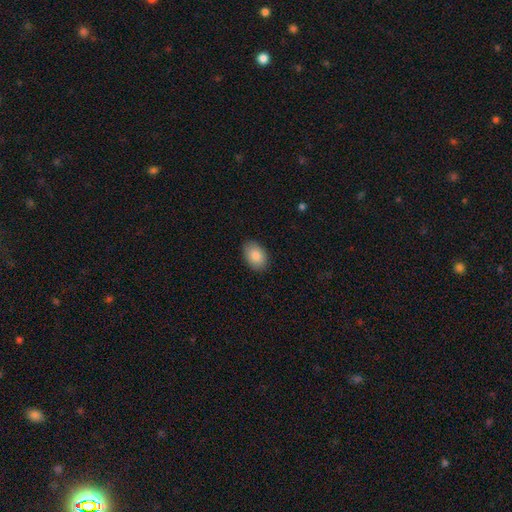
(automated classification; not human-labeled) Q: Smooth or featured?
A: smooth (86%); runner-up: featured or disk (7%)
Q: How rounded?
A: in between (86%); runner-up: round (13%)
Q: Merging?
A: none (88%); runner-up: minor disturbance (9%)